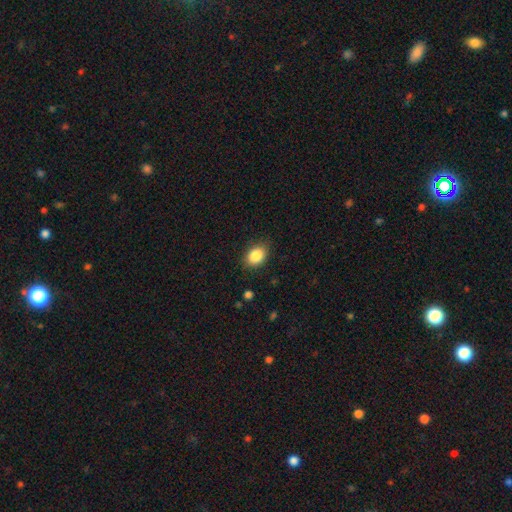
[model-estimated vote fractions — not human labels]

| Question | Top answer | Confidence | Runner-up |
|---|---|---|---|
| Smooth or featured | smooth | 87% | star or artifact (8%) |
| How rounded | in between | 70% | round (29%) |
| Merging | none | 83% | minor disturbance (13%) |